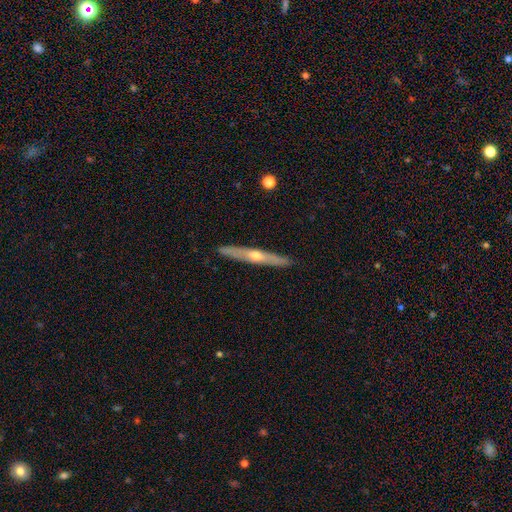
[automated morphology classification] type=featured or disk (67%); edge-on=yes (94%); edge-on bulge=rounded (83%); merging=none (91%).